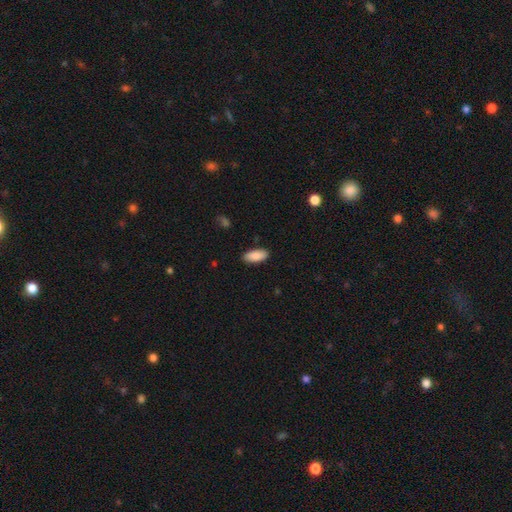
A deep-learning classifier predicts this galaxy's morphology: type=smooth (89%); roundness=in between (88%); merging=none (88%).